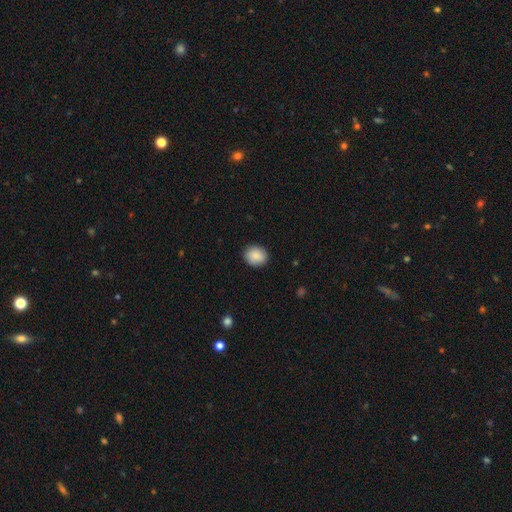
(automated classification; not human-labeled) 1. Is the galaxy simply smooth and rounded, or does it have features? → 89% smooth, 7% star or artifact, 4% featured or disk.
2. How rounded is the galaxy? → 70% round, 29% in between, 1% cigar-shaped.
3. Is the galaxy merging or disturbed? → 89% none, 8% minor disturbance, 2% major disturbance, 1% merger.